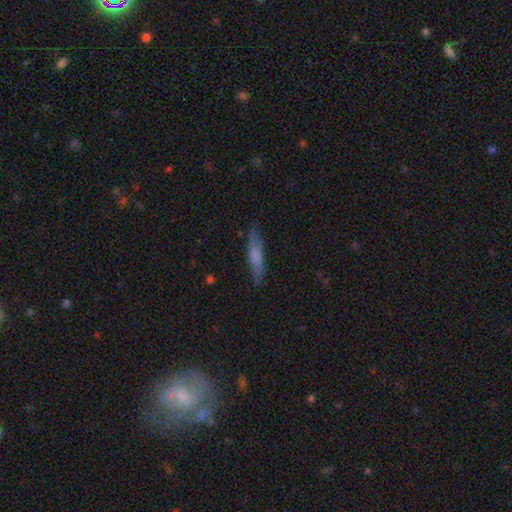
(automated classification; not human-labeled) smooth-or-featured: smooth: 60% | featured or disk: 33% | star or artifact: 7%
  how-rounded: cigar-shaped: 83% | in between: 15% | round: 2%
  merging: none: 81% | minor disturbance: 14% | major disturbance: 3% | merger: 1%